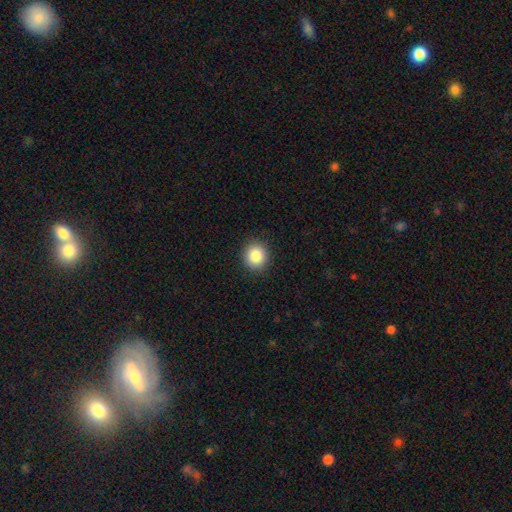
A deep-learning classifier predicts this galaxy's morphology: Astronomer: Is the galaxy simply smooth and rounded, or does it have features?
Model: smooth — 86%.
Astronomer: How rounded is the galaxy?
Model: round — 86%.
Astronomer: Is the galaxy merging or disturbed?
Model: none — 91%.